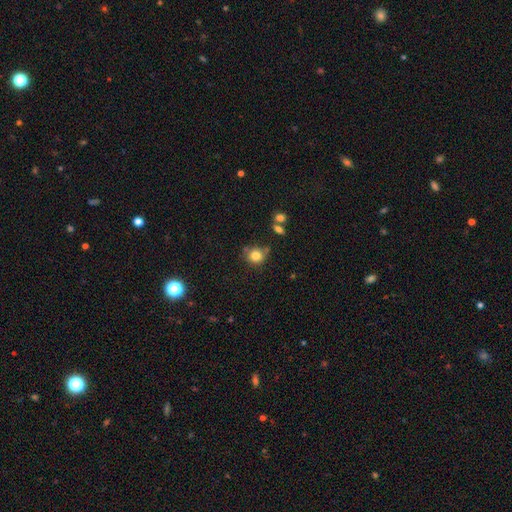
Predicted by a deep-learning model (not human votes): The model was most divided on "merging": none: 64%, minor disturbance: 20%, merger: 10%, major disturbance: 6%. More confident: how rounded — round (82%); smooth or featured — smooth (81%).